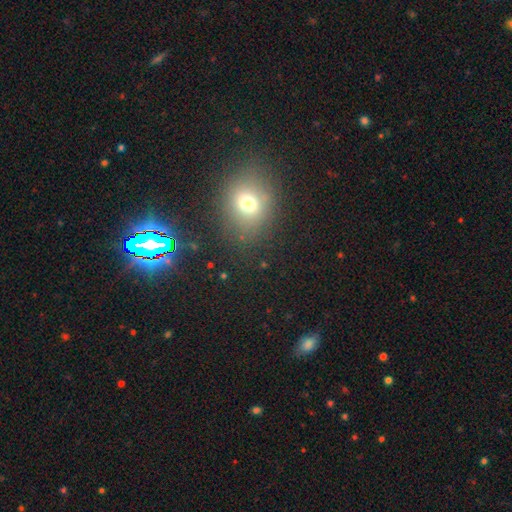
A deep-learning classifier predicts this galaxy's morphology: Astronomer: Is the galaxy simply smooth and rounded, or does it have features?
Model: smooth — 52% (runner-up: star or artifact, 37%).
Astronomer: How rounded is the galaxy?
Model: round — 56% (runner-up: in between, 43%).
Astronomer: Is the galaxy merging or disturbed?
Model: none — 87%.